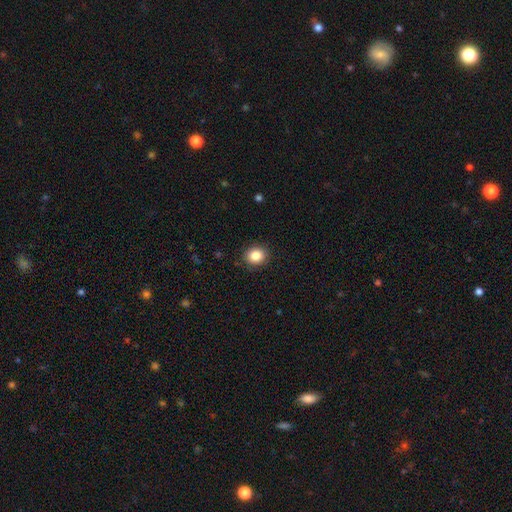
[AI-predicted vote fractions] Smooth or featured?
  - smooth: 85% *
  - star or artifact: 10%
  - featured or disk: 5%
How rounded?
  - round: 70% *
  - in between: 29%
  - cigar-shaped: 1%
Merging?
  - none: 90% *
  - minor disturbance: 7%
  - major disturbance: 2%
  - merger: 1%